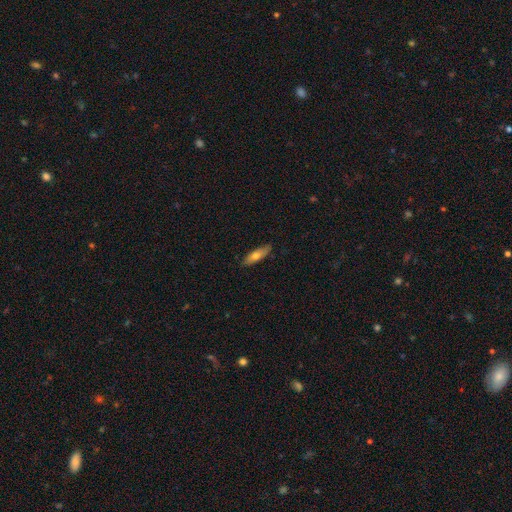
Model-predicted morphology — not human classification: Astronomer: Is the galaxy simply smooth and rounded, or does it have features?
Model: smooth — 64%.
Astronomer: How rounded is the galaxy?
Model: cigar-shaped — 60% (runner-up: in between, 38%).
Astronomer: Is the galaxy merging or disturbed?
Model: none — 86%.